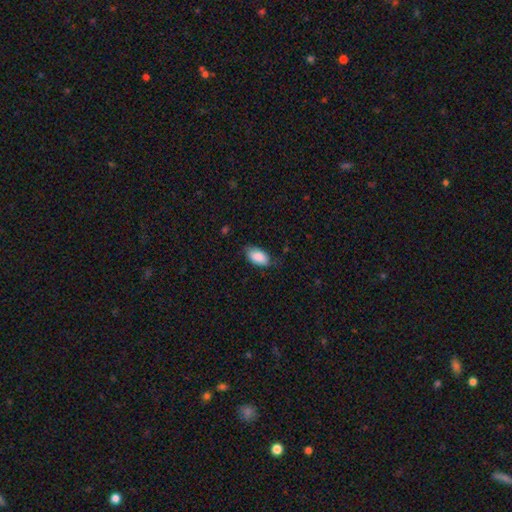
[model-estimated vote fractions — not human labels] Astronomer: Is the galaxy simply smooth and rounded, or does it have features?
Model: smooth — 88%.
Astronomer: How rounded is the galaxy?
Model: in between — 94%.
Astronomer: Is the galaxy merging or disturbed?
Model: none — 70%.